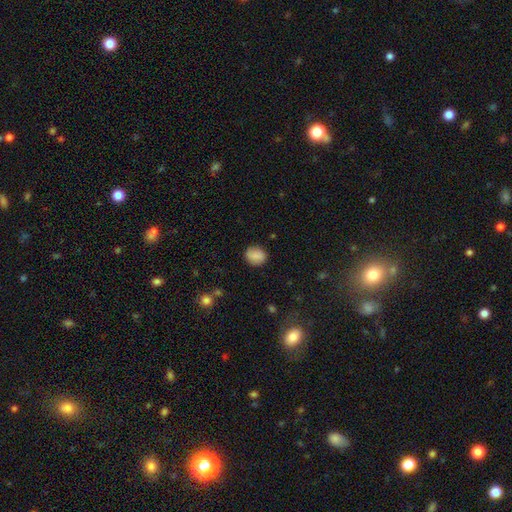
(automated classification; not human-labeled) Smooth or featured: smooth — 86% (star or artifact — 8%)
How rounded: round — 62% (in between — 37%)
Merging: none — 84% (minor disturbance — 12%)